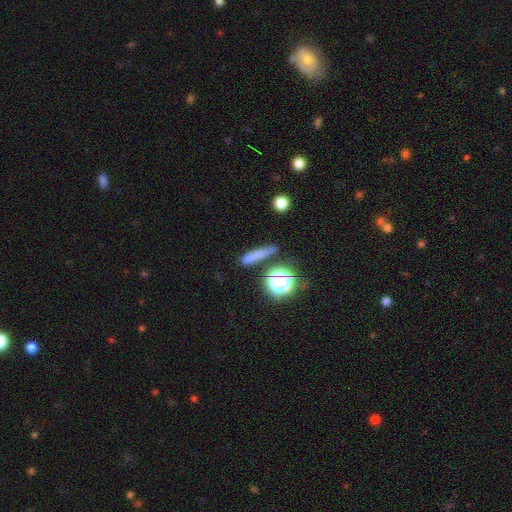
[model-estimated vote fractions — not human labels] smooth_or_featured: smooth (p=0.68) [alt: star or artifact p=0.18]
how_rounded: cigar-shaped (p=0.76) [alt: round p=0.13]
merging: none (p=0.78) [alt: minor disturbance p=0.13]